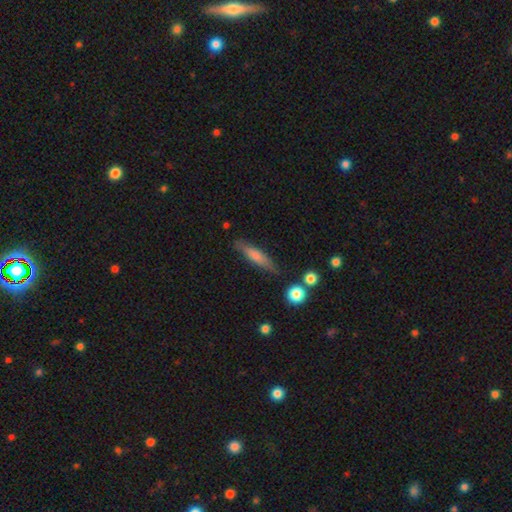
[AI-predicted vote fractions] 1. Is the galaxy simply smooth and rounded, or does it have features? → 68% smooth, 26% featured or disk, 7% star or artifact.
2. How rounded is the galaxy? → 79% cigar-shaped, 18% in between, 2% round.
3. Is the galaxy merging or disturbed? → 78% none, 15% minor disturbance, 4% major disturbance, 3% merger.